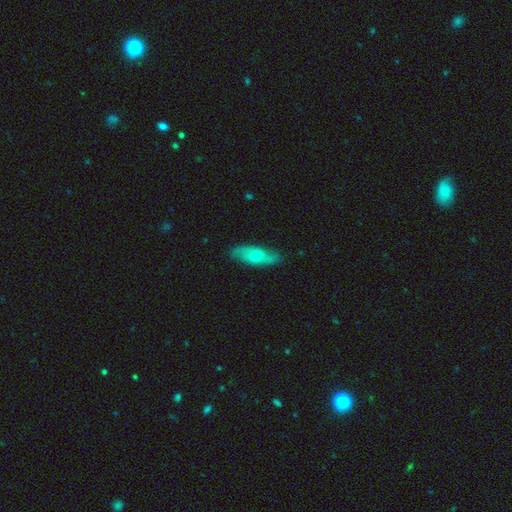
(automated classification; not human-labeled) A smooth galaxy with no disk features (54%) that is in between round and cigar-shaped (65%).

Vote fractions:
- Smooth or featured? smooth: 54% / featured or disk: 40% / star or artifact: 6%
- How rounded? in between: 65% / cigar-shaped: 33% / round: 3%
- Merging? none: 78% / minor disturbance: 17% / major disturbance: 4% / merger: 1%